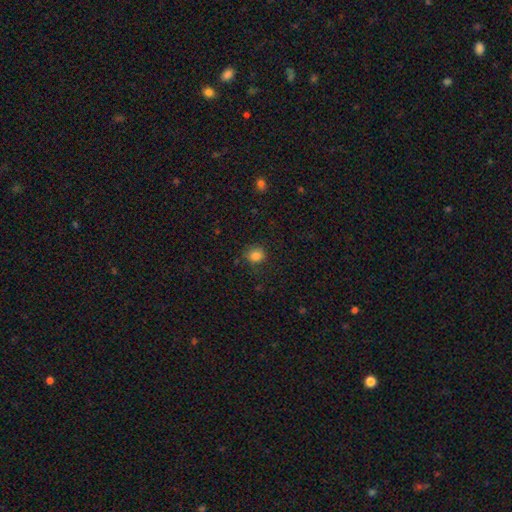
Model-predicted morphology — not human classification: Smooth or featured? Predicted: smooth (p=0.85). How rounded? Predicted: round (p=0.85). Merging? Predicted: none (p=0.80).